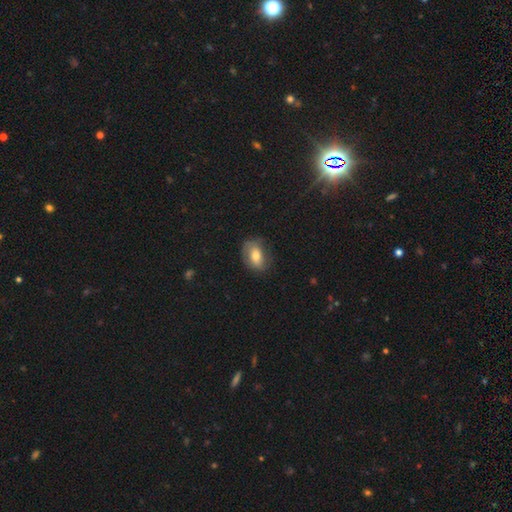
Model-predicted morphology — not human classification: Smooth or featured? smooth (58%)
How rounded? in between (77%)
Merging? none (71%)